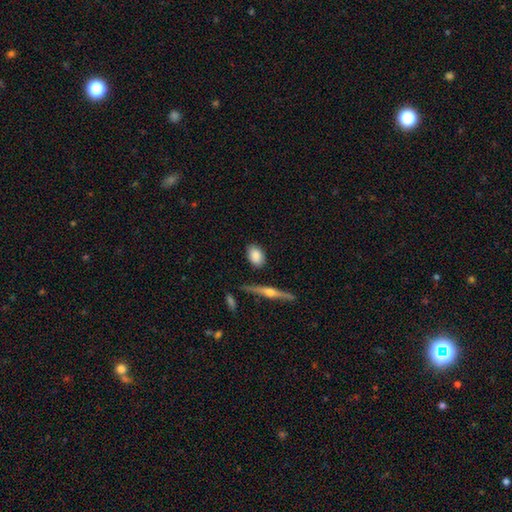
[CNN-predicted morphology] type=smooth (81%); roundness=in between (80%); merging=none (83%).